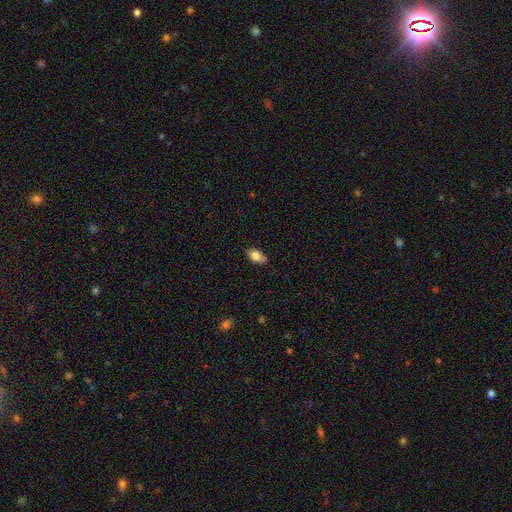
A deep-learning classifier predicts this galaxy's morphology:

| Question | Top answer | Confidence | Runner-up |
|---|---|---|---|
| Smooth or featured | smooth | 79% | featured or disk (14%) |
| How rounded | in between | 91% | round (5%) |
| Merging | none | 78% | minor disturbance (17%) |